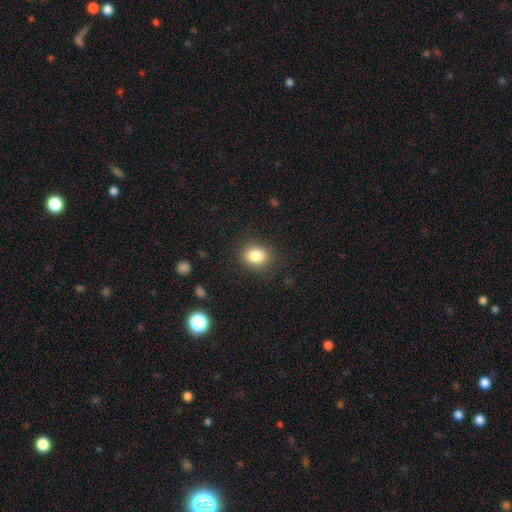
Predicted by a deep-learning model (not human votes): This appears to be a smooth galaxy with no disk features (83%) that is round (57%). Merging: none (86%).